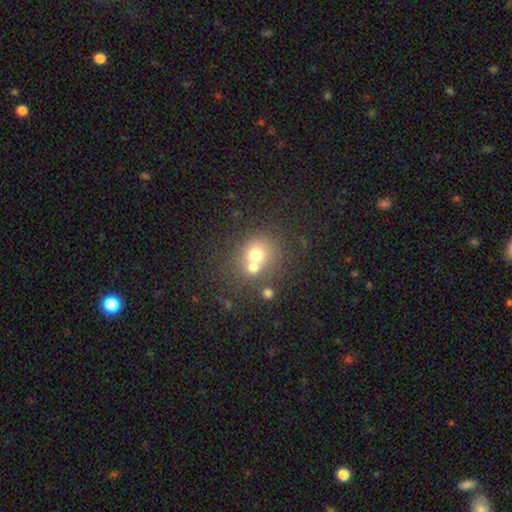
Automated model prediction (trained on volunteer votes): Q: Smooth or featured?
A: smooth (66%); runner-up: featured or disk (20%)
Q: How rounded?
A: round (80%); runner-up: in between (19%)
Q: Merging?
A: merger (50%); runner-up: none (39%)